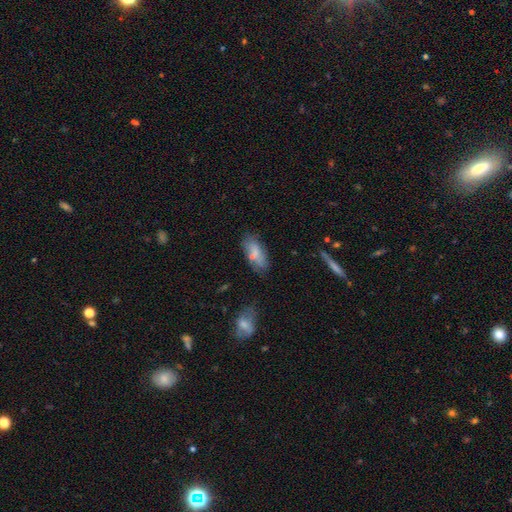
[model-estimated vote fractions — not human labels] A smooth galaxy with no disk features (69%) that is in between round and cigar-shaped (81%). Merging: none (69%).